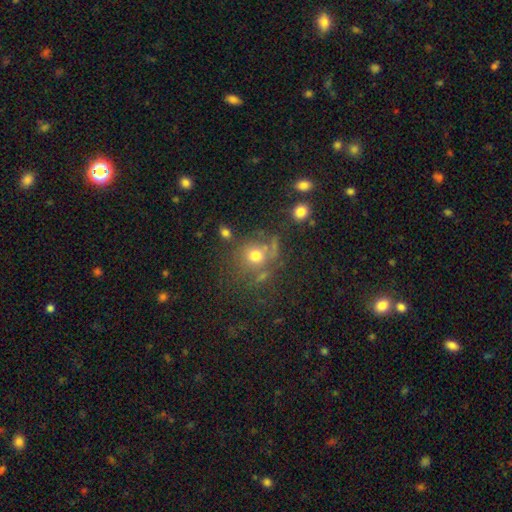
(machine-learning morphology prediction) smooth 68%, star or artifact 18%, featured or disk 15%. Down the decision tree: how rounded — round (82%); merging — none (61%).